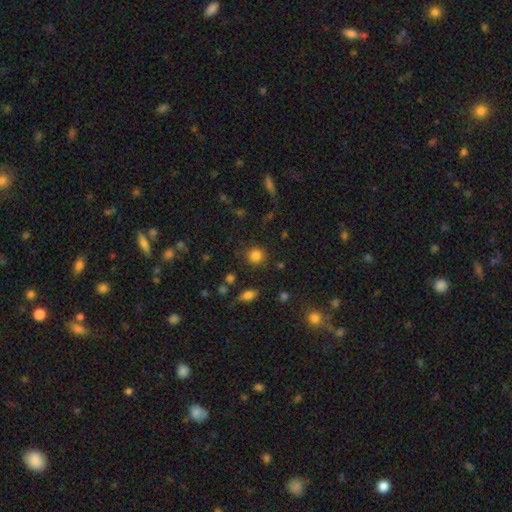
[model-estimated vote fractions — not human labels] This is clearly a smooth galaxy (84%). How rounded: clearly round (90%). Merging: clearly none (87%).